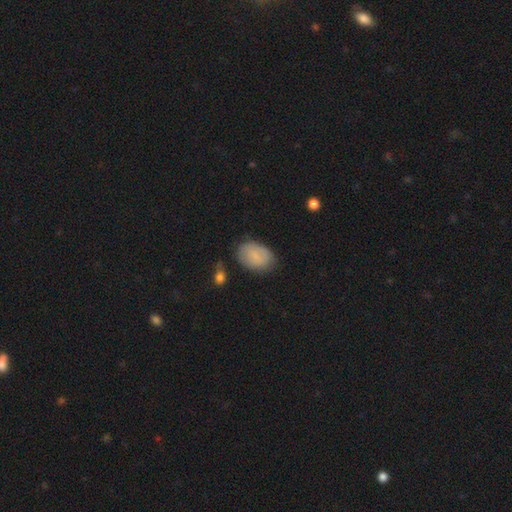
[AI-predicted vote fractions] This appears to be a smooth galaxy with no disk features (75%) that is in between round and cigar-shaped (85%). Merging: none (72%).